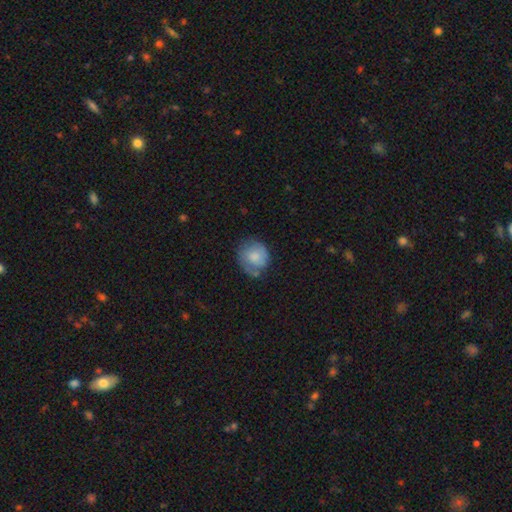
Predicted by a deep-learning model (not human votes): A smooth galaxy with no disk features (67%) that is round (76%). Merging: none (54%).